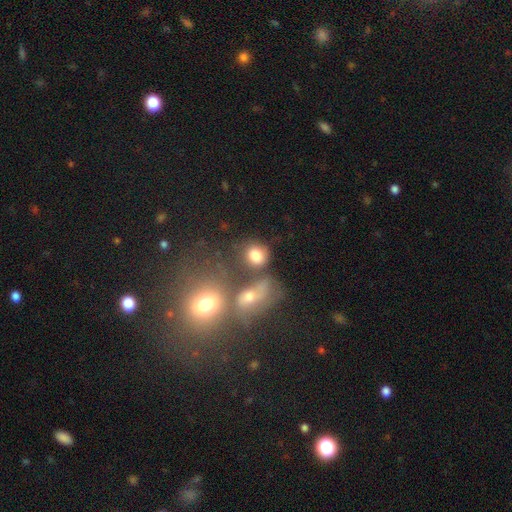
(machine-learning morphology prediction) Smooth or featured? Predicted: smooth (p=0.77). How rounded? Predicted: round (p=0.64). Merging? Predicted: none (p=0.50).